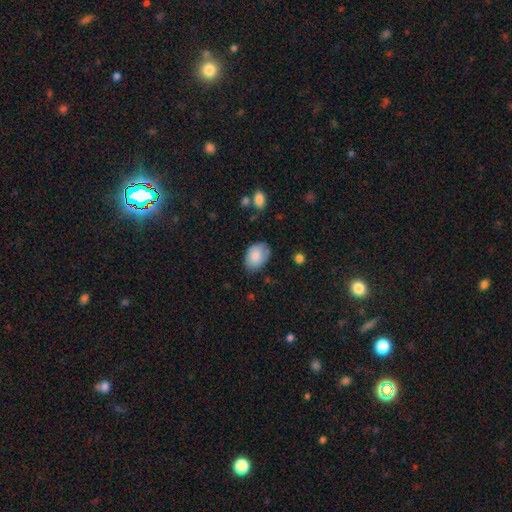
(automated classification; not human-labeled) A smooth galaxy with no disk features (83%) that is in between round and cigar-shaped (81%). Merging: none (74%).